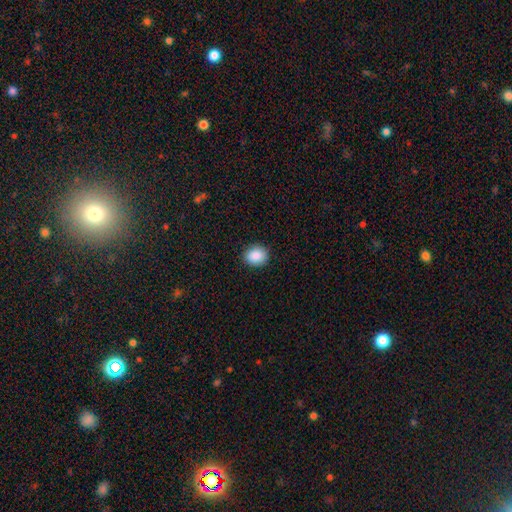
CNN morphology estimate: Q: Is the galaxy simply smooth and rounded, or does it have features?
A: smooth — 89%.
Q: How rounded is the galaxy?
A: round — 64%.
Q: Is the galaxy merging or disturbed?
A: none — 88%.